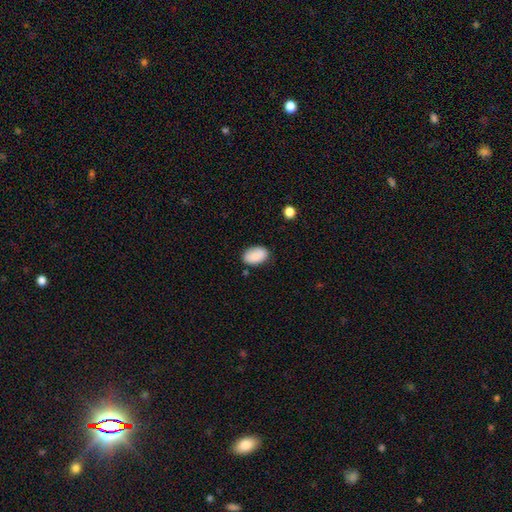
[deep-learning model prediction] Smooth or featured? smooth (83%)
How rounded? in between (90%)
Merging? none (79%)